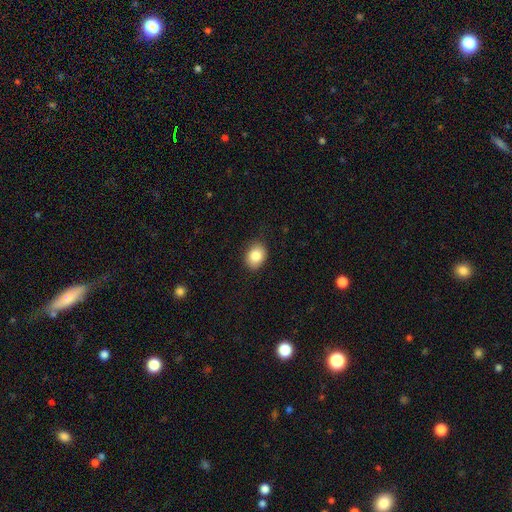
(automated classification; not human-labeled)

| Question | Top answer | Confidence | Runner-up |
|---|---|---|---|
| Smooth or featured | smooth | 85% | star or artifact (8%) |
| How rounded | in between | 61% | round (38%) |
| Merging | none | 83% | minor disturbance (13%) |